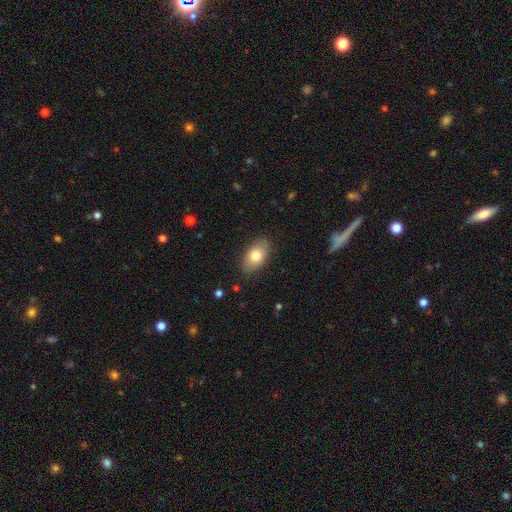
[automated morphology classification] Q: Smooth or featured?
A: smooth (78%); runner-up: featured or disk (15%)
Q: How rounded?
A: in between (91%); runner-up: round (7%)
Q: Merging?
A: none (85%); runner-up: minor disturbance (11%)